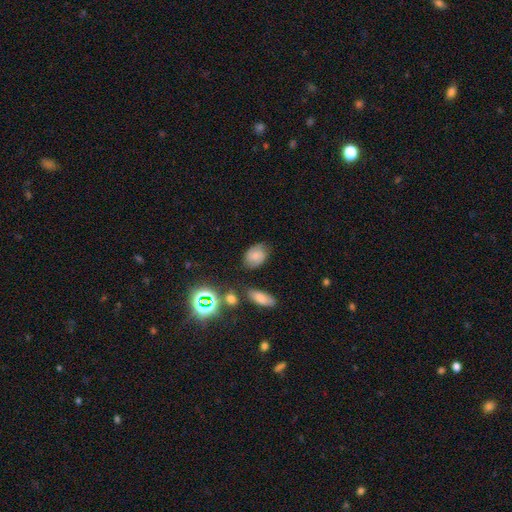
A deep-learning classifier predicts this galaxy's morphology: Smooth or featured?
  - smooth: 59% *
  - featured or disk: 28%
  - star or artifact: 14%
How rounded?
  - in between: 72% *
  - round: 26%
  - cigar-shaped: 1%
Merging?
  - none: 73% *
  - minor disturbance: 19%
  - major disturbance: 5%
  - merger: 3%